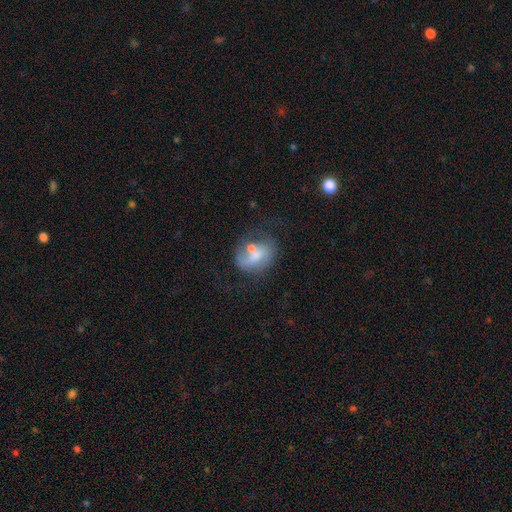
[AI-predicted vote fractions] Smooth or featured?
  - featured or disk: 49% *
  - smooth: 40%
  - star or artifact: 11%
Merging?
  - none: 38% *
  - minor disturbance: 21%
  - merger: 21%
  - major disturbance: 19%